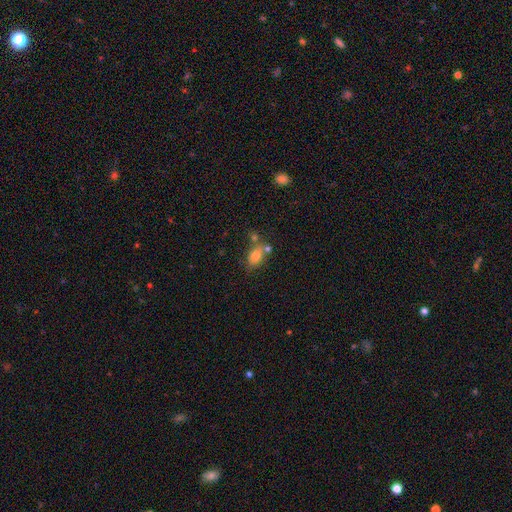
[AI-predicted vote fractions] A smooth galaxy with no disk features (79%) that is in between round and cigar-shaped (80%). Merging: none (45%).